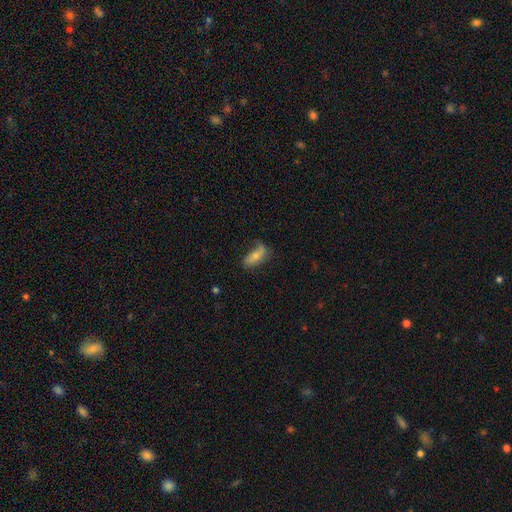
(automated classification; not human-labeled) Smooth or featured?
  - smooth: 66% *
  - featured or disk: 27%
  - star or artifact: 8%
How rounded?
  - in between: 78% *
  - cigar-shaped: 19%
  - round: 3%
Merging?
  - none: 47% *
  - minor disturbance: 33%
  - major disturbance: 17%
  - merger: 3%